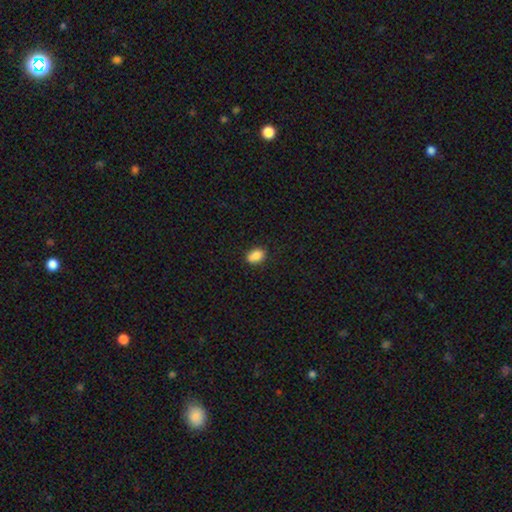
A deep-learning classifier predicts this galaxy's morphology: Overall: smooth (87%). How rounded: in between (82%). Merging: none (82%).